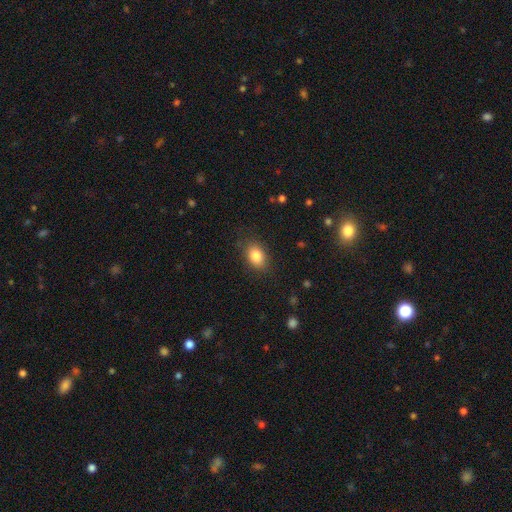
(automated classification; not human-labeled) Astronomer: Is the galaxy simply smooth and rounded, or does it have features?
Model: smooth — 84%.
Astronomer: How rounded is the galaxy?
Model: in between — 76%.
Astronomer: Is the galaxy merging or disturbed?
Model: none — 83%.